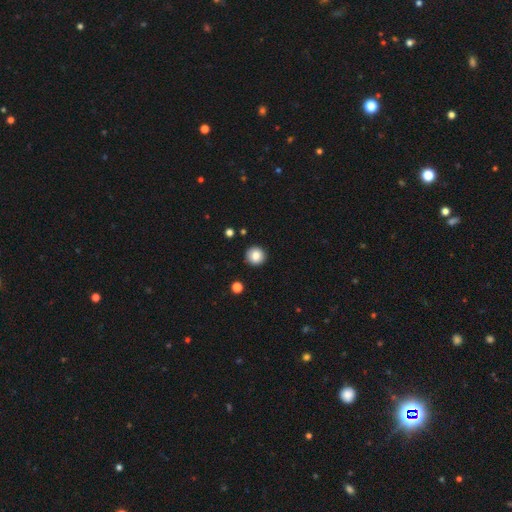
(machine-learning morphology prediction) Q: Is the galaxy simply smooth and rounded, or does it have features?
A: smooth — 86%.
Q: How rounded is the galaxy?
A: round — 94%.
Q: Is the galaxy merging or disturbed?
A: none — 91%.